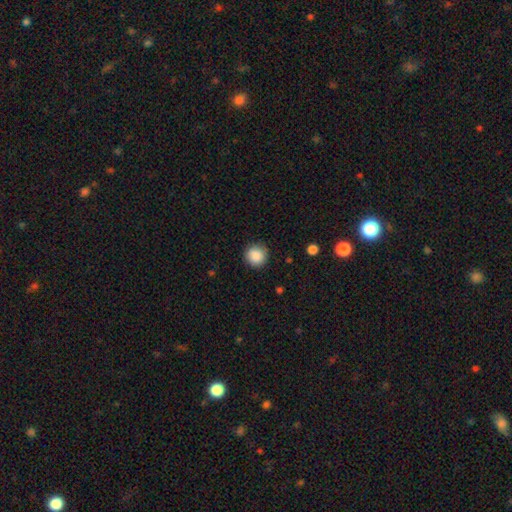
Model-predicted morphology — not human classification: A smooth galaxy with no disk features (88%) that is round (93%). Merging: none (87%).